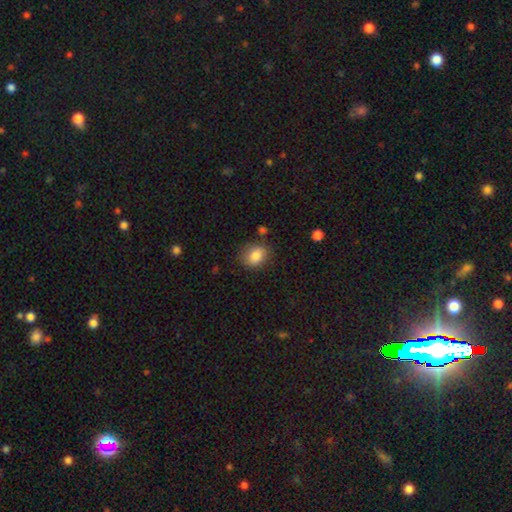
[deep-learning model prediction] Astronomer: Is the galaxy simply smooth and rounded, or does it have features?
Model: smooth — 84%.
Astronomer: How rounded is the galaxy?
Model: in between — 59% (runner-up: round, 40%).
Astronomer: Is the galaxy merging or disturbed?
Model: none — 76%.